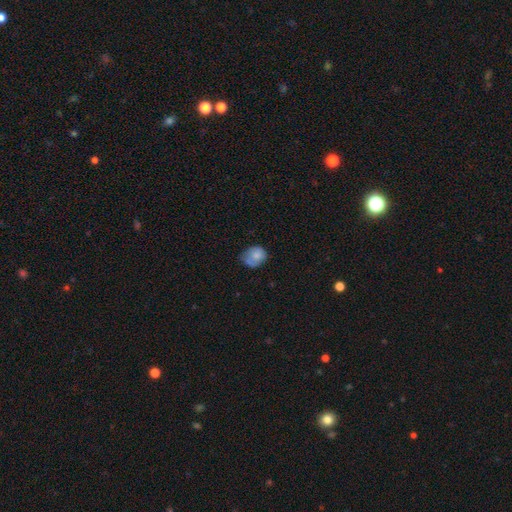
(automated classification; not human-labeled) This is likely a smooth galaxy (70%). How rounded: possibly round (56%). Merging: marginally none (44%).